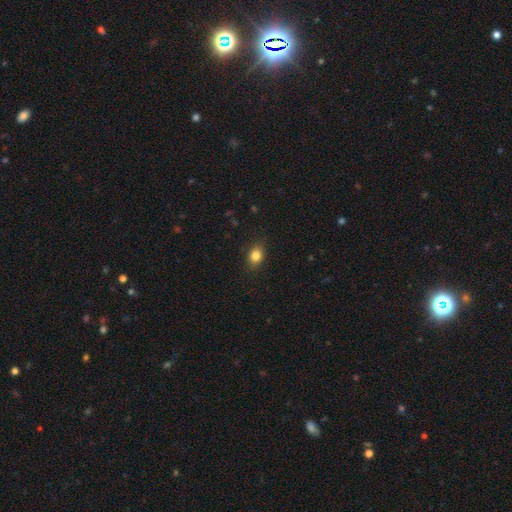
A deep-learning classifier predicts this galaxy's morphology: smooth 84%, star or artifact 10%, featured or disk 6%. Down the decision tree: how rounded — in between (58%); merging — none (87%).